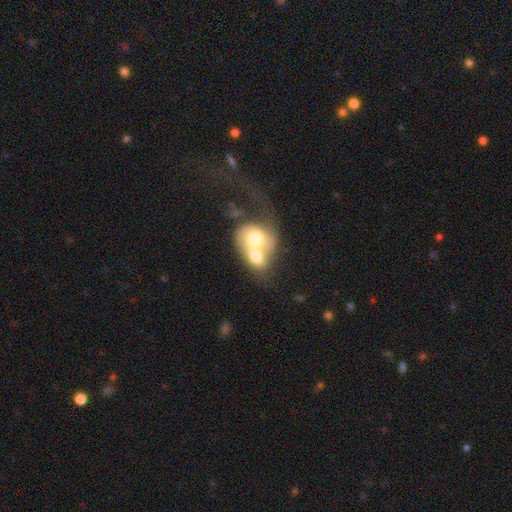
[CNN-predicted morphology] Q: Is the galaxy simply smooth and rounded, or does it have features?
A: smooth — 47%.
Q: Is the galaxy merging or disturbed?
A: merger — 81%.